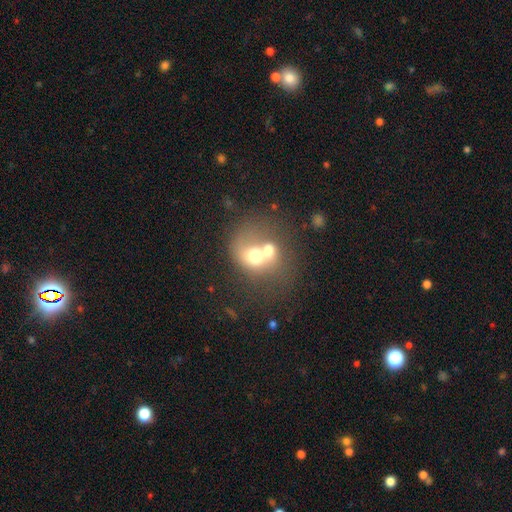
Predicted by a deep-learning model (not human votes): A smooth galaxy with no disk features (57%) that is round (62%). Merging: merger (67%).